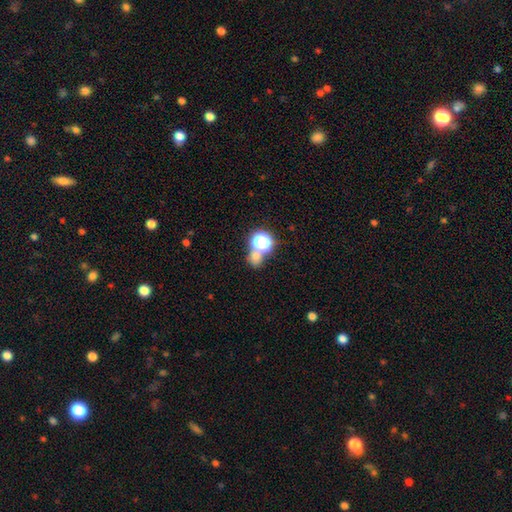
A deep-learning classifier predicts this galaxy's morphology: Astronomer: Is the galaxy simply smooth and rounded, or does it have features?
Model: smooth — 61%.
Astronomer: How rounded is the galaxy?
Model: round — 72%.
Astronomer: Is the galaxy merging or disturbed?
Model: none — 51% (runner-up: merger, 33%).